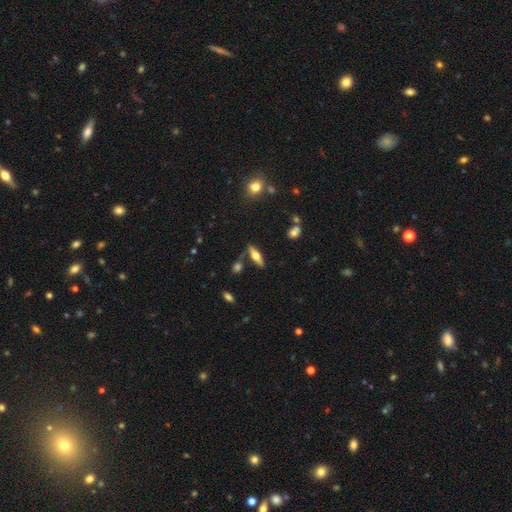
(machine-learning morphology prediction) The model was most divided on "smooth or featured": featured or disk: 55%, smooth: 38%, star or artifact: 8%. More confident: edge-on disk — yes (92%); edge-on bulge — rounded (92%); merging — none (76%).